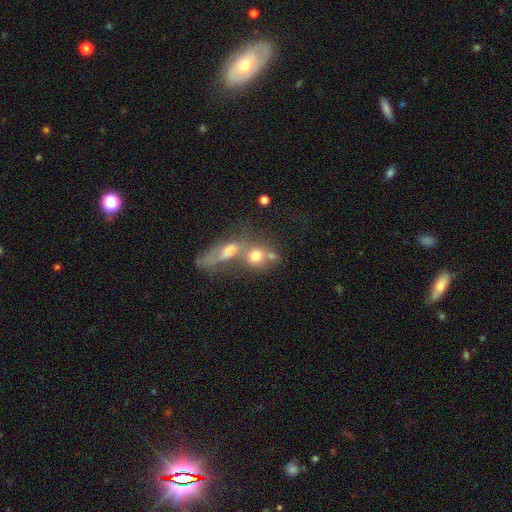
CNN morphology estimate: smooth-or-featured: smooth: 68% | featured or disk: 19% | star or artifact: 13%
  how-rounded: round: 60% | in between: 34% | cigar-shaped: 6%
  merging: merger: 53% | none: 27% | major disturbance: 10% | minor disturbance: 10%